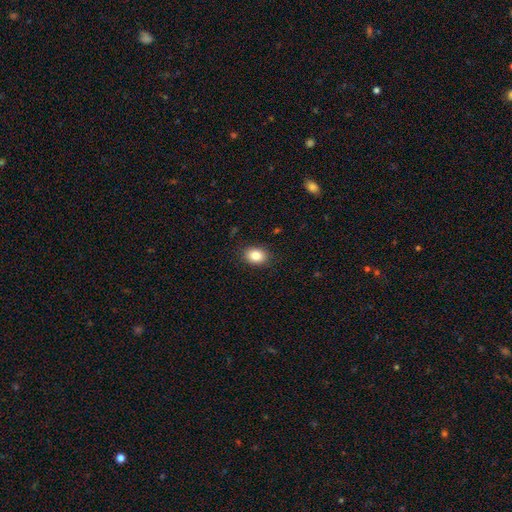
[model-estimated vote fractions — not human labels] A smooth galaxy with no disk features (85%) that is in between round and cigar-shaped (66%). Merging: none (88%).